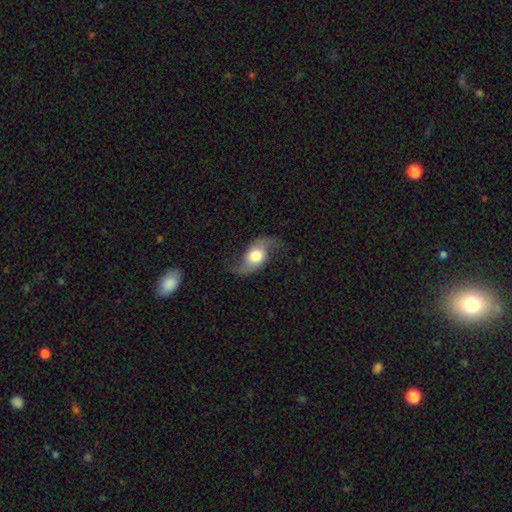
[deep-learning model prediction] smooth-or-featured: featured or disk: 77% | smooth: 16% | star or artifact: 6%
  disk-edge-on: no: 94% | yes: 6%
    bar: no: 68% | weak: 25% | strong: 7%
    has-spiral-arms: yes: 94% | no: 6%
      spiral-winding: loose: 81% | medium: 15% | tight: 4%
      spiral-arm-count: 2: 94% | can't tell: 2% | 1: 2% | 3: 1% | 4: 1% | more than 4: 1%
    bulge-size: large: 43% | moderate: 41% | dominant: 9% | small: 6% | none: 2%
  merging: none: 73% | minor disturbance: 16% | major disturbance: 9% | merger: 2%